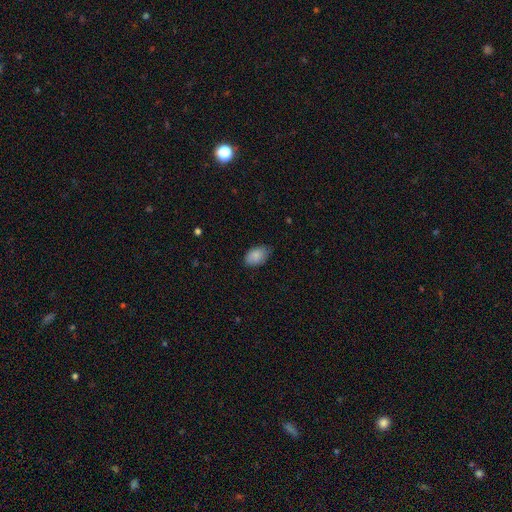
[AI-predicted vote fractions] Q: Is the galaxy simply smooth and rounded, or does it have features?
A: smooth — 87%.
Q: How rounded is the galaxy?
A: in between — 91%.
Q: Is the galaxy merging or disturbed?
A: none — 75%.